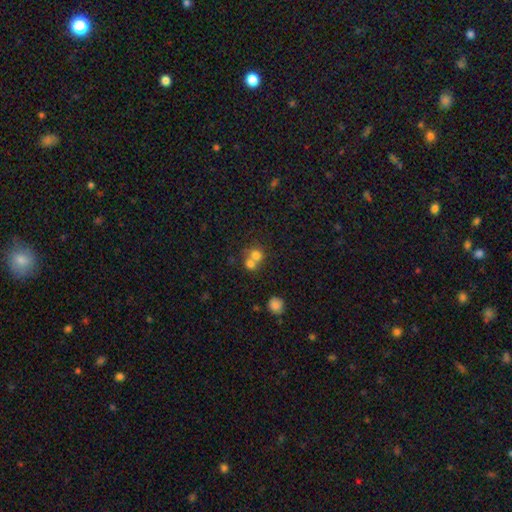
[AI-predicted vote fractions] Morphology: type=smooth (74%); roundness=round (82%); merging=merger (59%).